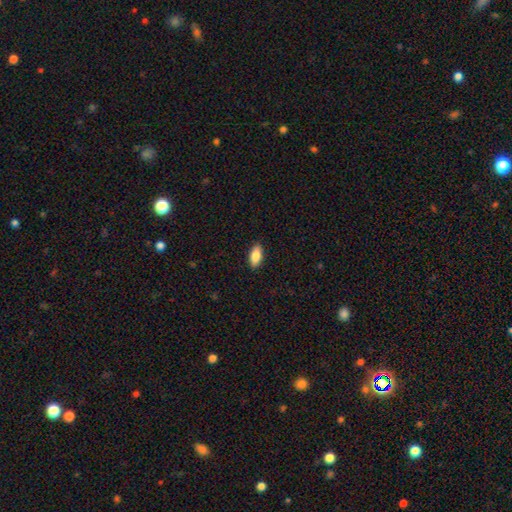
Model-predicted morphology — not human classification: Smooth or featured? Predicted: smooth (p=0.85). How rounded? Predicted: in between (p=0.88). Merging? Predicted: none (p=0.89).